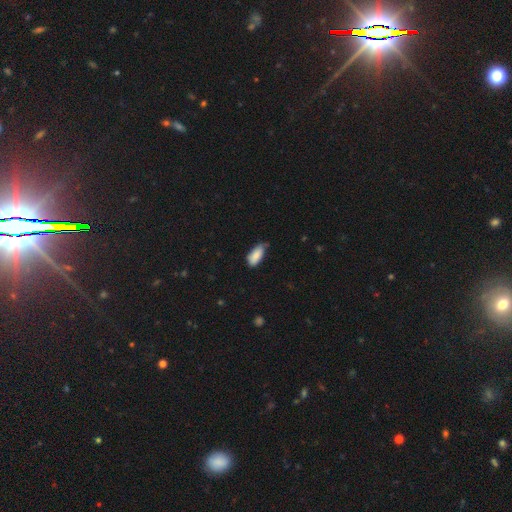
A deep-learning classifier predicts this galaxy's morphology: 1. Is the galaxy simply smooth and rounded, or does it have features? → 86% smooth, 8% featured or disk, 6% star or artifact.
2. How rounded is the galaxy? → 89% in between, 9% cigar-shaped, 2% round.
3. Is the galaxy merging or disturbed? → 48% none, 43% minor disturbance, 7% major disturbance, 2% merger.